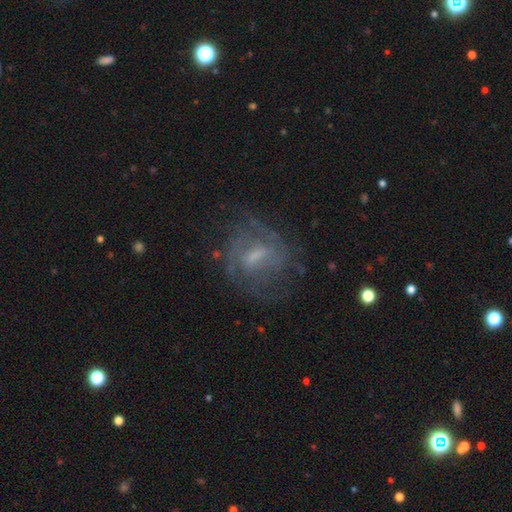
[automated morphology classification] A featured or disk galaxy (68%) with a weak bar (54%), spiral arms (73%) and a small central bulge (38%).

Vote fractions:
- Smooth or featured? featured or disk: 68% / smooth: 20% / star or artifact: 11%
- Edge-on disk? no: 95% / yes: 5%
- Bar? weak: 54% / no: 24% / strong: 22%
- Spiral arms? yes: 73% / no: 27%
- Bulge size? small: 38% / moderate: 34% / none: 22% / large: 5% / dominant: 1%
- Merging? none: 62% / minor disturbance: 19% / major disturbance: 17% / merger: 2%